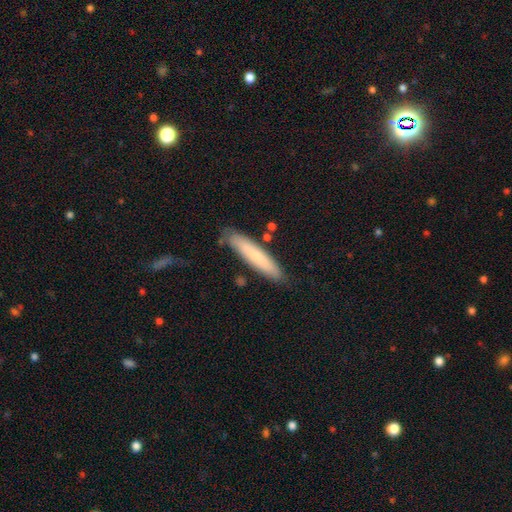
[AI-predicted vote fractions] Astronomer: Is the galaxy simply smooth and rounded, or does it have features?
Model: smooth — 74%.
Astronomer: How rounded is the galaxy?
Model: cigar-shaped — 88%.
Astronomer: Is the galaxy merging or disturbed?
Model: none — 81%.